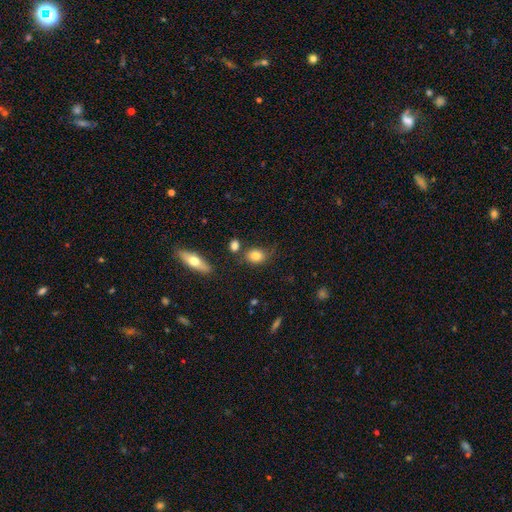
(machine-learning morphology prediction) smooth_or_featured: smooth (p=0.81) [alt: featured or disk p=0.10]
how_rounded: in between (p=0.62) [alt: round p=0.36]
merging: none (p=0.70) [alt: minor disturbance p=0.16]